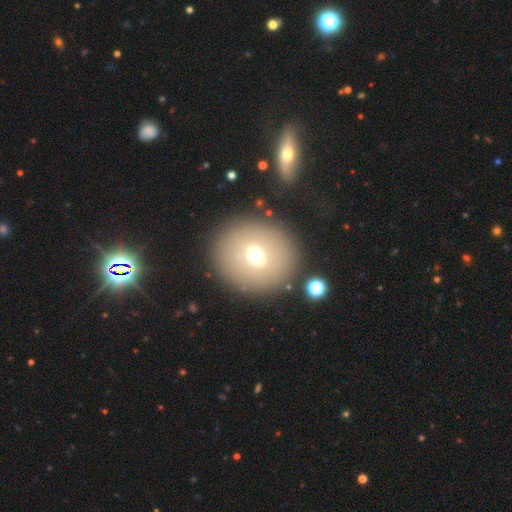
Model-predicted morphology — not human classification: A smooth galaxy with no disk features (63%) that is round (86%).

Vote fractions:
- Smooth or featured? smooth: 63% / featured or disk: 21% / star or artifact: 16%
- How rounded? round: 86% / in between: 13% / cigar-shaped: 1%
- Merging? none: 86% / minor disturbance: 7% / major disturbance: 4% / merger: 3%